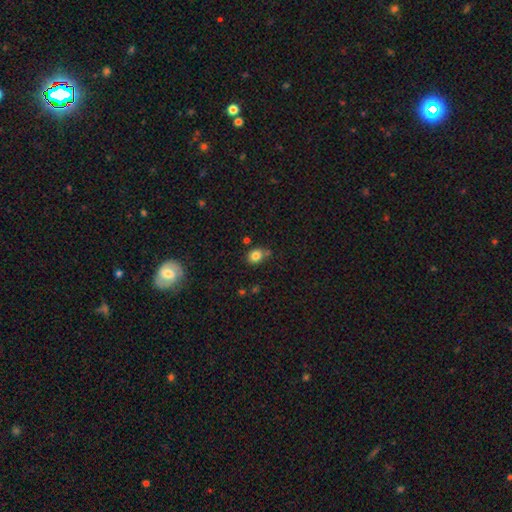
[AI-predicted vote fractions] smooth-or-featured: smooth: 82% | star or artifact: 11% | featured or disk: 7%
  how-rounded: round: 56% | in between: 43% | cigar-shaped: 1%
  merging: none: 66% | minor disturbance: 20% | merger: 9% | major disturbance: 5%